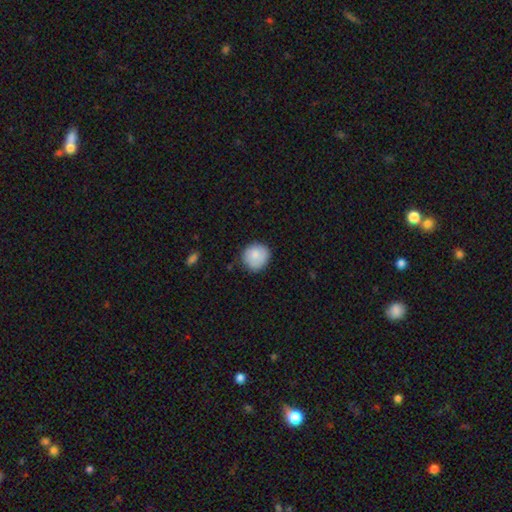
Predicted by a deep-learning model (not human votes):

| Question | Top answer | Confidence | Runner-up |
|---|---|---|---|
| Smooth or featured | smooth | 83% | featured or disk (10%) |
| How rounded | round | 90% | in between (9%) |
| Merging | none | 80% | minor disturbance (16%) |